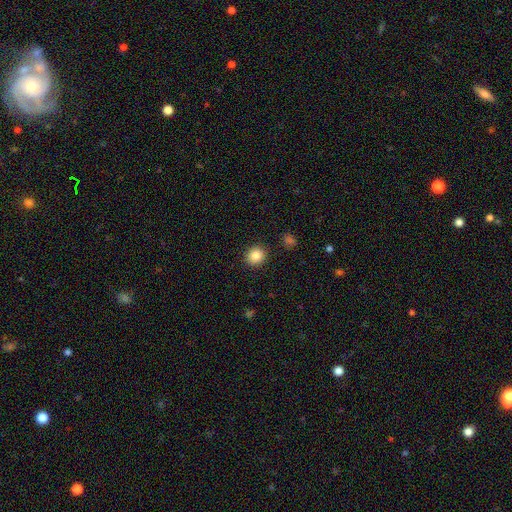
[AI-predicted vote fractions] Q: Smooth or featured?
A: smooth (85%); runner-up: star or artifact (10%)
Q: How rounded?
A: round (84%); runner-up: in between (15%)
Q: Merging?
A: none (91%); runner-up: minor disturbance (6%)